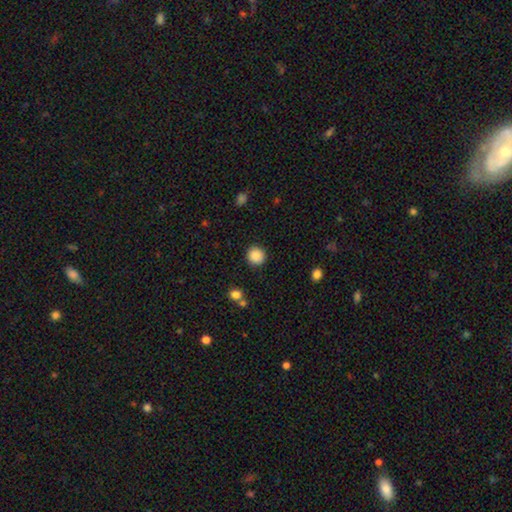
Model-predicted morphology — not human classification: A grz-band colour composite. It shows a smooth galaxy with no disk features (88%) that is round (93%). Merging: none (90%).